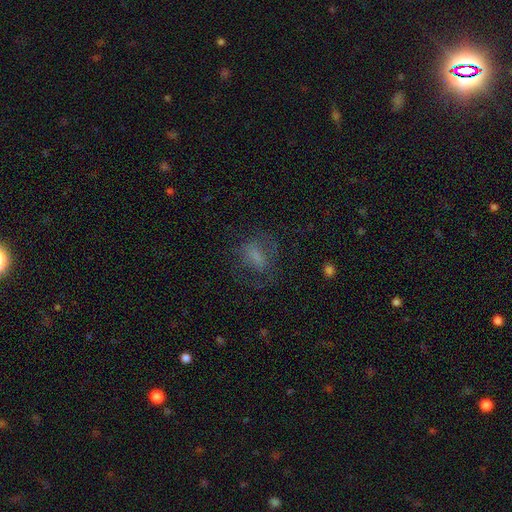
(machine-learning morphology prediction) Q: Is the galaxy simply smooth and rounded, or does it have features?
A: smooth — 54%.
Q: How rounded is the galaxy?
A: in between — 68%.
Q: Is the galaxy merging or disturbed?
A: none — 56%.